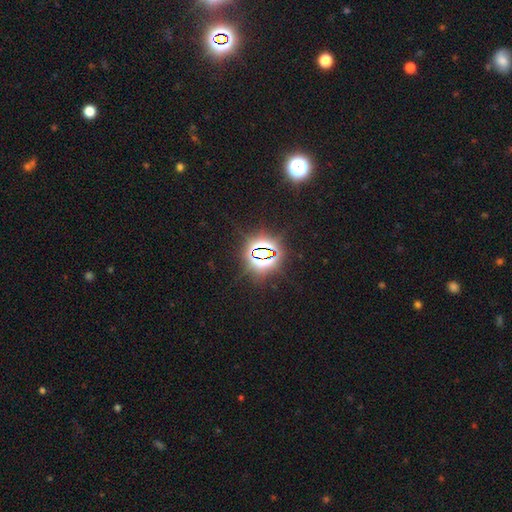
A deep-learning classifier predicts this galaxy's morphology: Overall: star or artifact (80%).